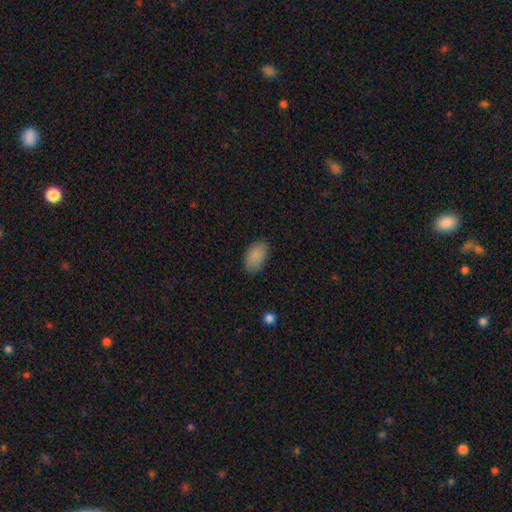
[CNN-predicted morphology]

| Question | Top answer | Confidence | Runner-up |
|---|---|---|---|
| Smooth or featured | smooth | 88% | star or artifact (7%) |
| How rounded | in between | 92% | round (7%) |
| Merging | none | 83% | minor disturbance (13%) |